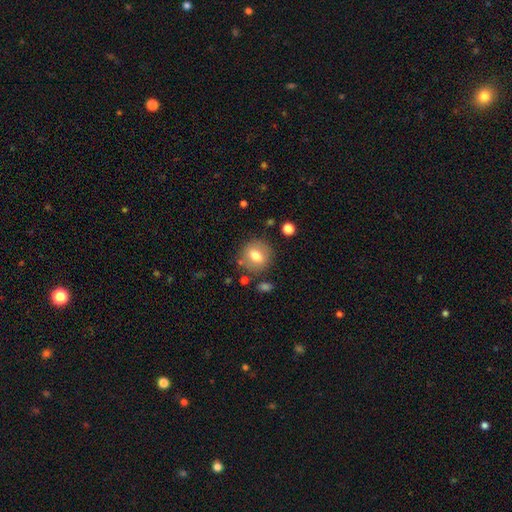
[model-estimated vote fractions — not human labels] A smooth galaxy with no disk features (68%) that is round (73%). Merging: none (80%).